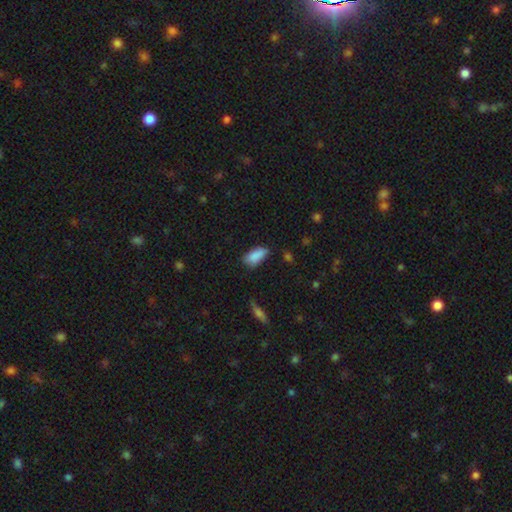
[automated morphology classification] smooth 87%, star or artifact 8%, featured or disk 6%. Down the decision tree: how rounded — in between (87%); merging — none (62%).